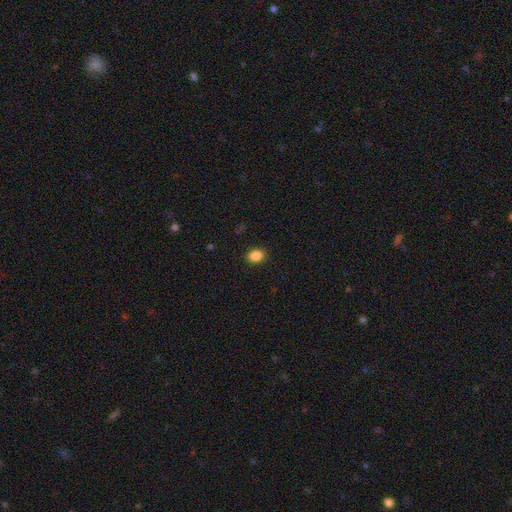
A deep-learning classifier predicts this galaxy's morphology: A smooth galaxy with no disk features (86%) that is in between round and cigar-shaped (66%).

Vote fractions:
- Smooth or featured? smooth: 86% / star or artifact: 10% / featured or disk: 4%
- How rounded? in between: 66% / round: 33% / cigar-shaped: 1%
- Merging? none: 88% / minor disturbance: 9% / major disturbance: 2% / merger: 1%